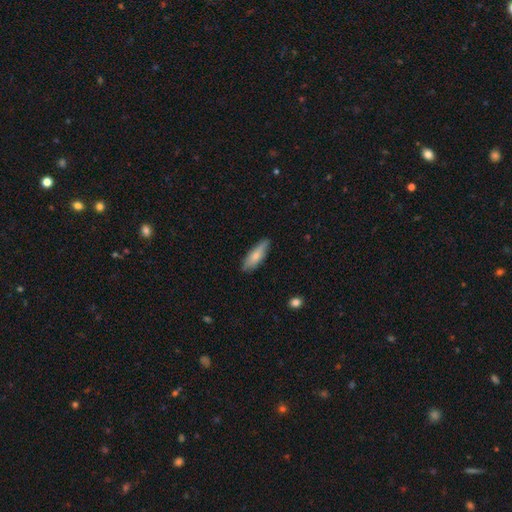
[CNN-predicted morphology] smooth_or_featured: smooth (p=0.75) [alt: featured or disk p=0.20]
how_rounded: in between (p=0.49) [tied with: cigar-shaped p=0.49]
merging: none (p=0.79) [alt: minor disturbance p=0.17]